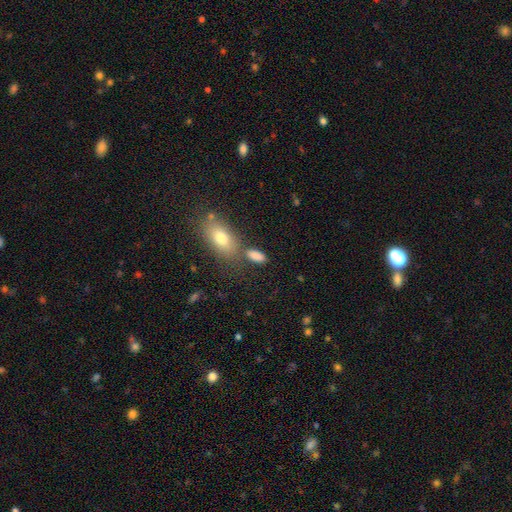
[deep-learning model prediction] smooth_or_featured: smooth (p=0.84) [alt: star or artifact p=0.09]
how_rounded: in between (p=0.82) [alt: cigar-shaped p=0.12]
merging: none (p=0.65) [alt: merger p=0.16]